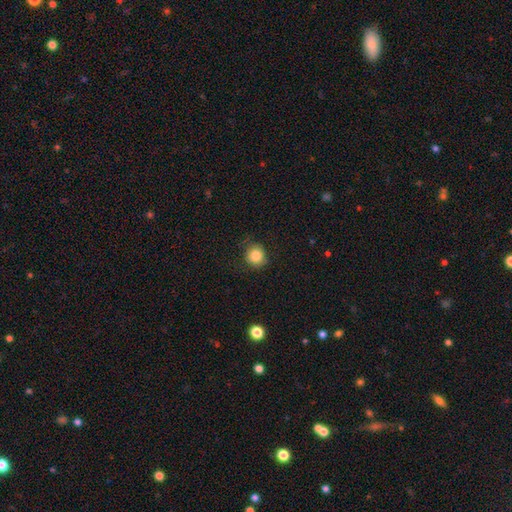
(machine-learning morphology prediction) smooth_or_featured: smooth (p=0.84) [alt: star or artifact p=0.10]
how_rounded: round (p=0.89) [alt: in between p=0.10]
merging: none (p=0.79) [alt: minor disturbance p=0.16]